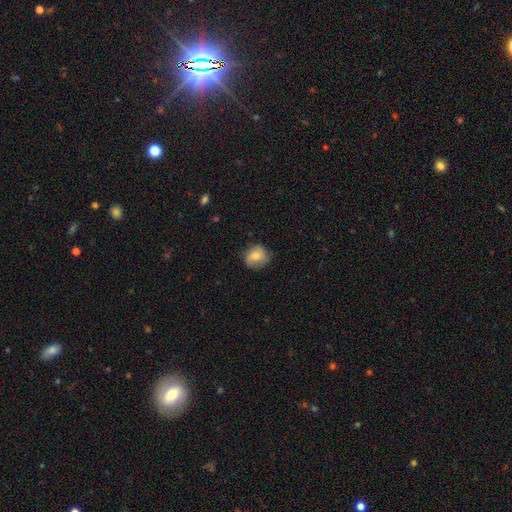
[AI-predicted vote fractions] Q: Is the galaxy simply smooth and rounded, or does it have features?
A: smooth — 73%.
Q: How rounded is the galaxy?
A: round — 78%.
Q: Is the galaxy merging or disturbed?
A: none — 75%.